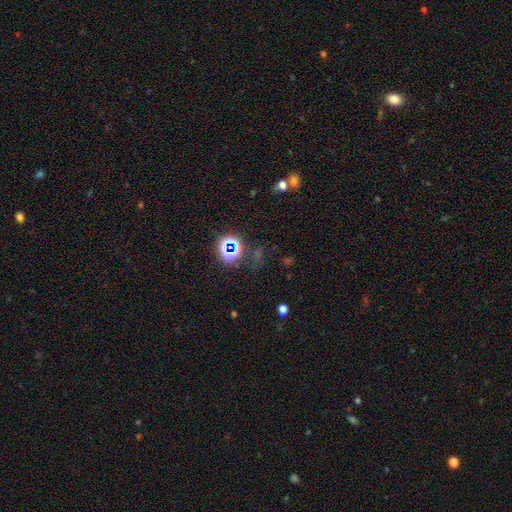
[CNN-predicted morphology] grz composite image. It shows a star or artifact, not a galaxy (73%).